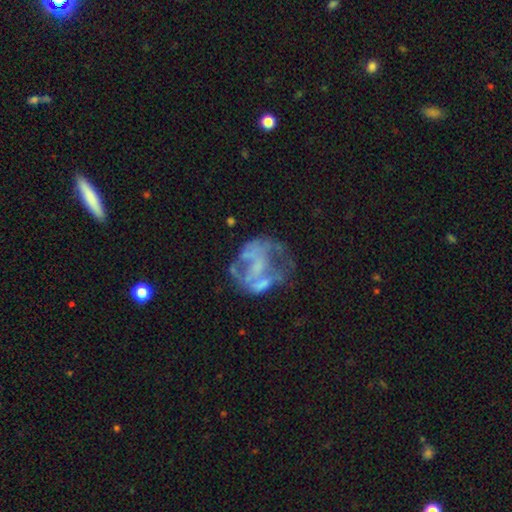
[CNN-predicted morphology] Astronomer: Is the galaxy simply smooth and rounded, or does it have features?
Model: featured or disk — 66%.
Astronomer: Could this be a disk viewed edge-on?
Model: no — 98%.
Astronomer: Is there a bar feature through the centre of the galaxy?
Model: no — 73%.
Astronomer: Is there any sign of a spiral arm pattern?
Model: no — 73%.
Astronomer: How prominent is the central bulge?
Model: none — 65%.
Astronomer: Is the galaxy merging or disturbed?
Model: major disturbance — 37% (runner-up: none, 33%).